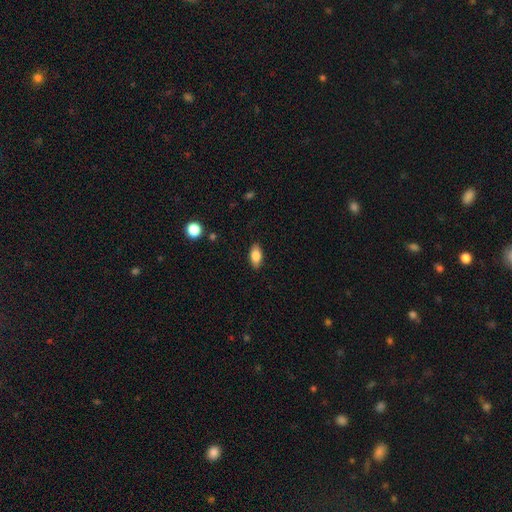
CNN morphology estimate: Smooth or featured: smooth — 82% (featured or disk — 10%)
How rounded: in between — 90% (cigar-shaped — 7%)
Merging: none — 88% (minor disturbance — 9%)